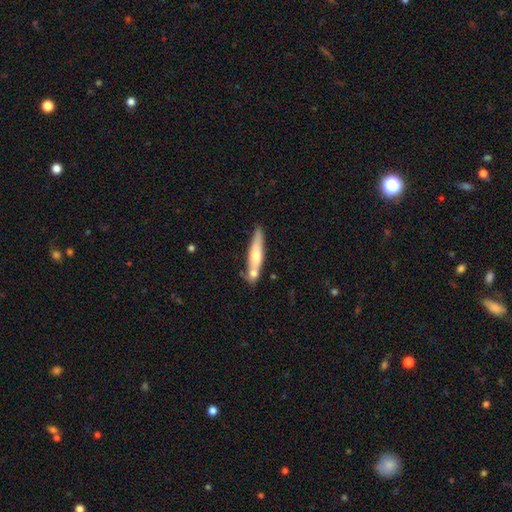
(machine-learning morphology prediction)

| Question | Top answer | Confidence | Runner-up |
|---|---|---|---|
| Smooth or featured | smooth | 58% | featured or disk (37%) |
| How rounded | cigar-shaped | 84% | in between (14%) |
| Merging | none | 57% | merger (23%) |